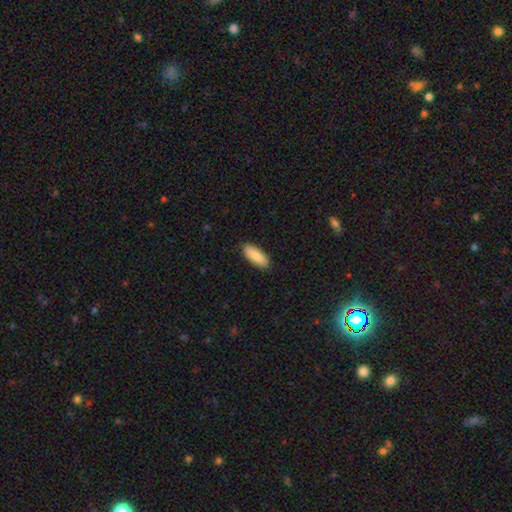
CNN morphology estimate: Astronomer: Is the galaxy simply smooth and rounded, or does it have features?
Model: smooth — 88%.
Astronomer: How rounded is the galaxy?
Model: in between — 75%.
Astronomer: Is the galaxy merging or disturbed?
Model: none — 89%.